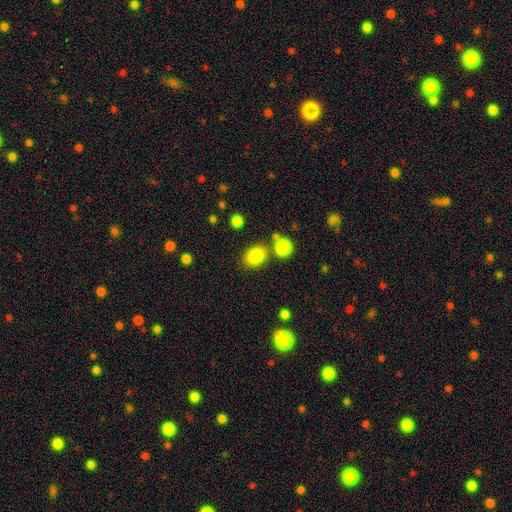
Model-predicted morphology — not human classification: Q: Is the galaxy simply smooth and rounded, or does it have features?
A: smooth — 85%.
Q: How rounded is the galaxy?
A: in between — 58%.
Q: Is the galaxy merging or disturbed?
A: none — 72%.